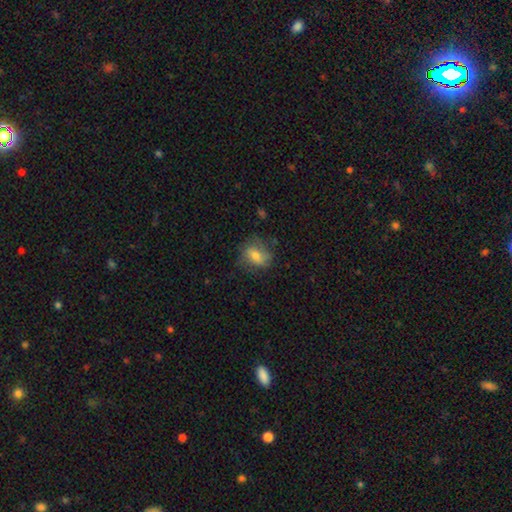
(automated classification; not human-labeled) A smooth galaxy with no disk features (66%) that is in between round and cigar-shaped (67%).

Vote fractions:
- Smooth or featured? smooth: 66% / featured or disk: 25% / star or artifact: 9%
- How rounded? in between: 67% / round: 30% / cigar-shaped: 3%
- Merging? none: 64% / minor disturbance: 24% / major disturbance: 10% / merger: 2%